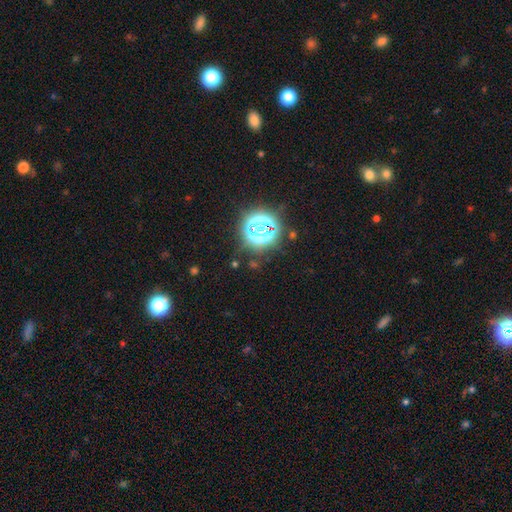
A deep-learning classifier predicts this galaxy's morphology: The model was most divided on "smooth or featured": star or artifact: 77%, smooth: 16%, featured or disk: 7%.